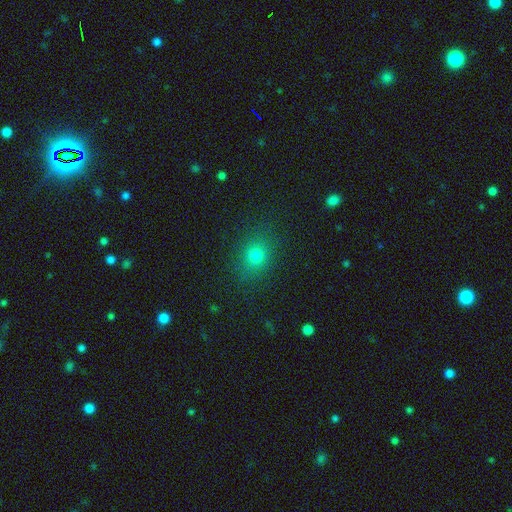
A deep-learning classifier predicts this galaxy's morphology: This appears to be a smooth galaxy with no disk features (75%) that is round (61%). Merging: none (85%).